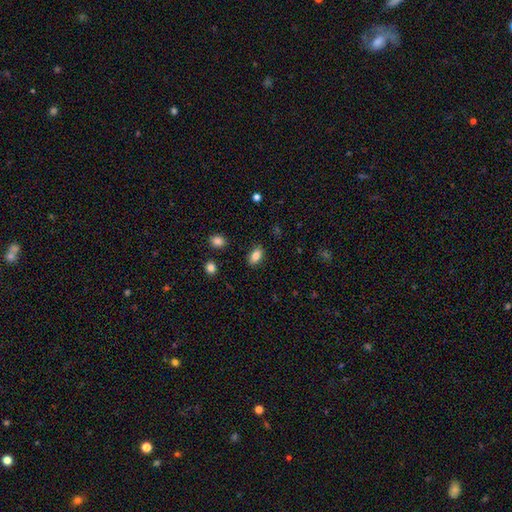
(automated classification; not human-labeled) smooth-or-featured: smooth: 84% | star or artifact: 9% | featured or disk: 8%
  how-rounded: in between: 89% | round: 8% | cigar-shaped: 3%
  merging: none: 87% | minor disturbance: 9% | major disturbance: 2% | merger: 2%